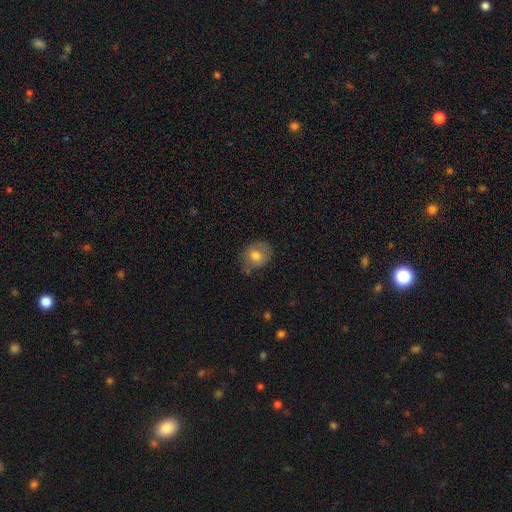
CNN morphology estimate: smooth 73%, featured or disk 19%, star or artifact 8%. Down the decision tree: how rounded — round (58%); merging — none (64%).